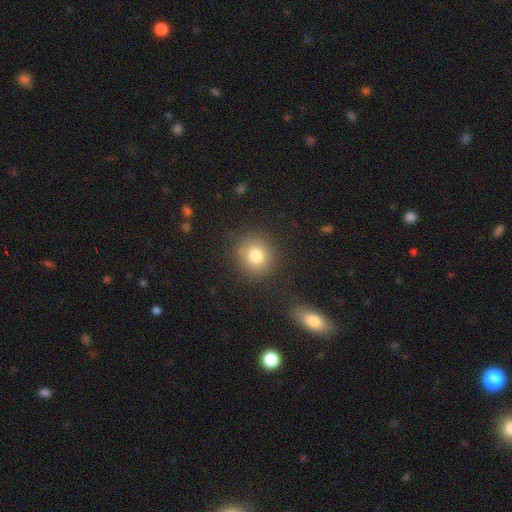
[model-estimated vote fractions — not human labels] smooth 79%, star or artifact 11%, featured or disk 10%. Down the decision tree: how rounded — round (88%); merging — none (85%).